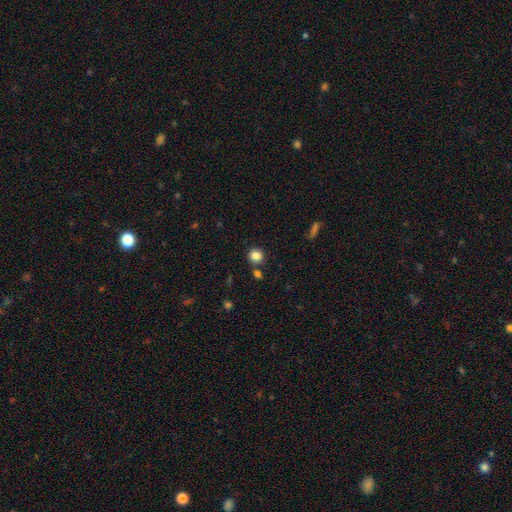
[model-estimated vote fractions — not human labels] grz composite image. It shows a smooth galaxy with no disk features (85%) that is round (88%). Merging: none (80%).